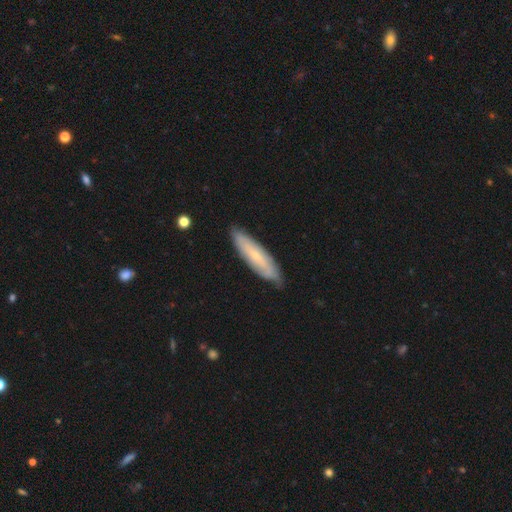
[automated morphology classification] smooth_or_featured: smooth (p=0.48) [alt: featured or disk p=0.46]
merging: none (p=0.81) [alt: minor disturbance p=0.16]